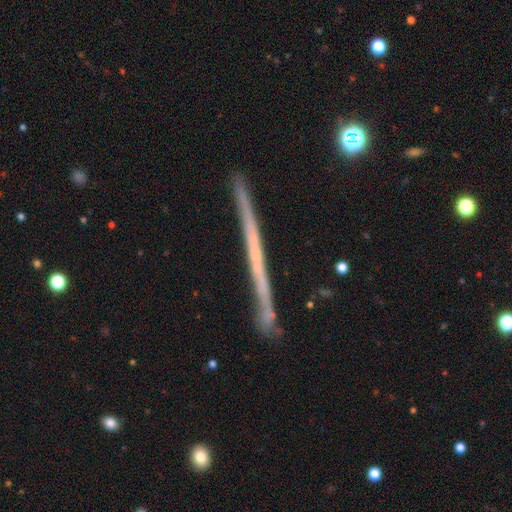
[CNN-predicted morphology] Smooth or featured: featured or disk — 69% (smooth — 25%)
Edge-on disk: yes — 98% (no — 2%)
Edge-on bulge: none — 87% (rounded — 10%)
Merging: none — 88% (minor disturbance — 8%)